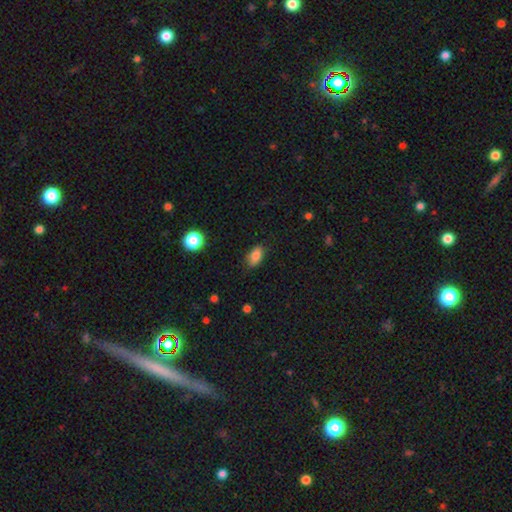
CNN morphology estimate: Overall: smooth (83%). How rounded: in between (88%). Merging: none (81%).